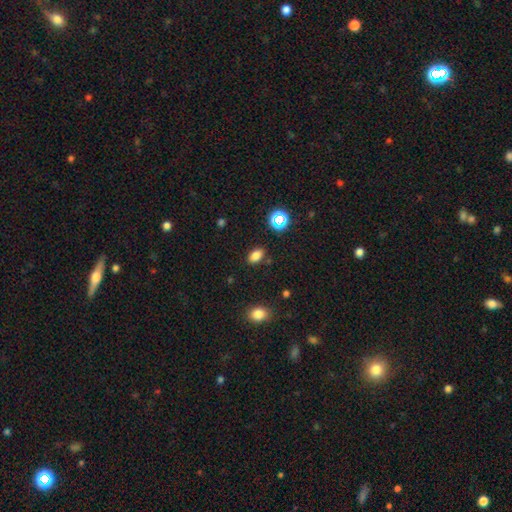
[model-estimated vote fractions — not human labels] smooth 78%, star or artifact 16%, featured or disk 6%. Down the decision tree: how rounded — in between (86%); merging — none (85%).